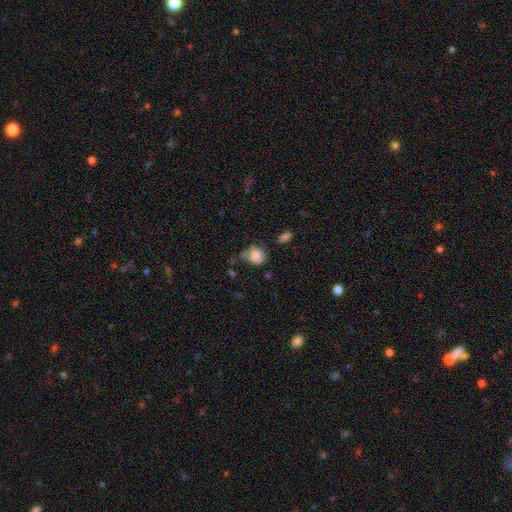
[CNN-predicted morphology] smooth 75%, featured or disk 15%, star or artifact 9%. Down the decision tree: how rounded — round (74%); merging — none (46%).